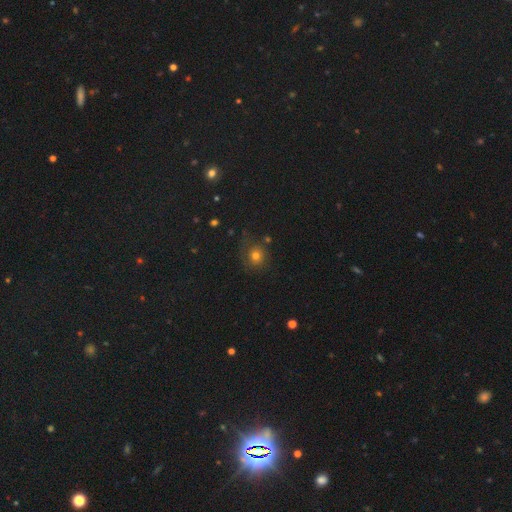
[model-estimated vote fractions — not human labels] This appears to be a smooth galaxy with no disk features (69%) that is round (87%). Merging: none (69%).